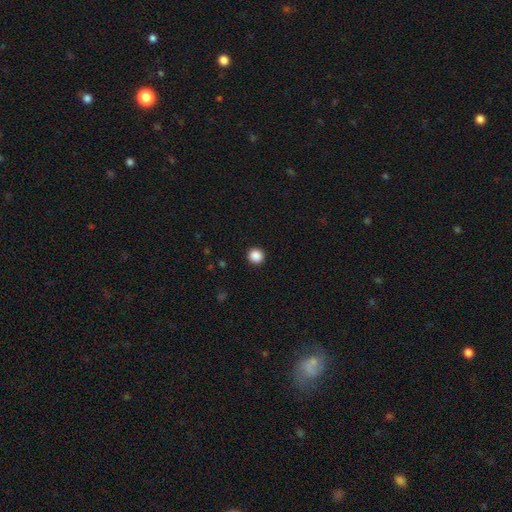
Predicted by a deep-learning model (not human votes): smooth 88%, star or artifact 10%, featured or disk 2%. Down the decision tree: how rounded — round (94%); merging — none (93%).